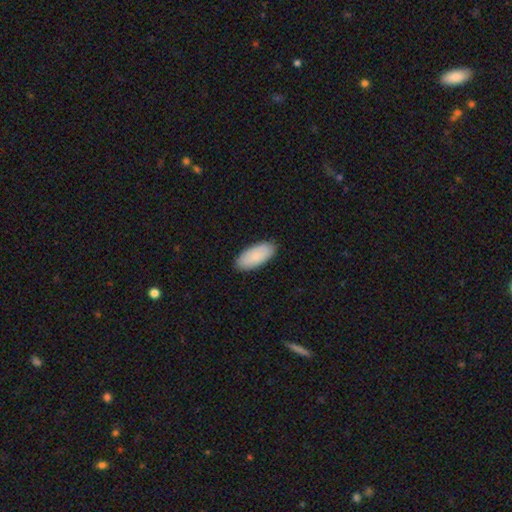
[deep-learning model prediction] Morphology: type=smooth (88%); roundness=in between (91%); merging=none (89%).